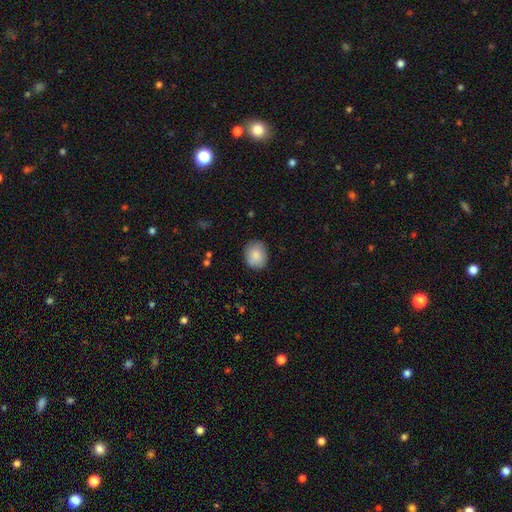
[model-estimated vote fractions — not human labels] smooth_or_featured: smooth (p=0.86) [alt: featured or disk p=0.07]
how_rounded: round (p=0.69) [alt: in between p=0.30]
merging: none (p=0.84) [alt: minor disturbance p=0.13]